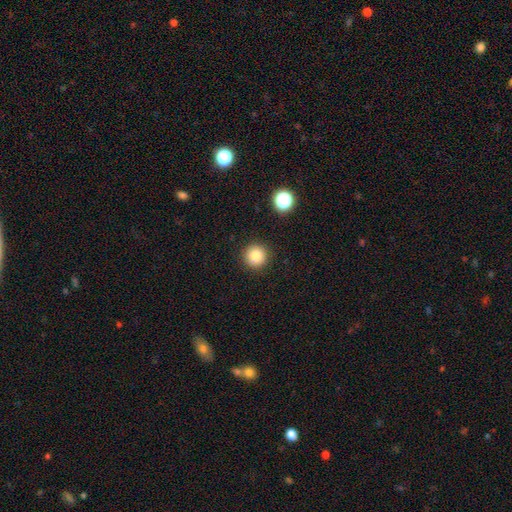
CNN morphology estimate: smooth_or_featured: smooth (p=0.83) [alt: star or artifact p=0.11]
how_rounded: round (p=0.96) [alt: in between p=0.03]
merging: none (p=0.92) [alt: minor disturbance p=0.05]